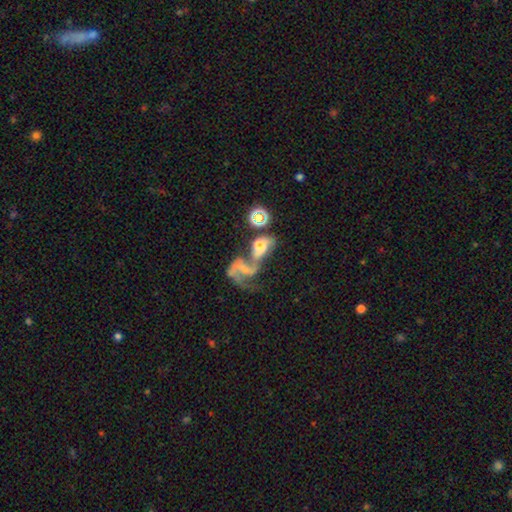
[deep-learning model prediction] Overall: star or artifact (35%, tied with featured or disk).